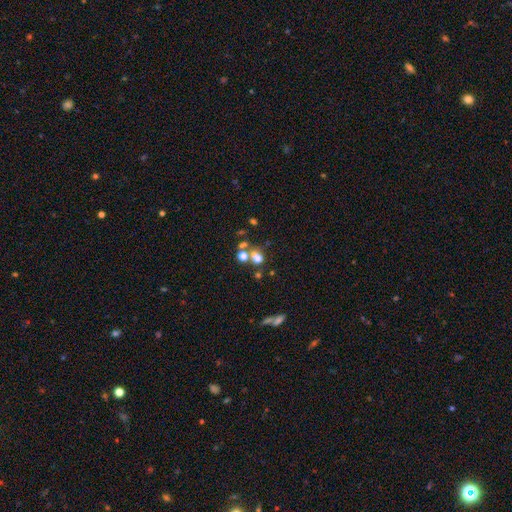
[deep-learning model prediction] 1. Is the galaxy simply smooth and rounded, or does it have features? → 45% smooth, 38% star or artifact, 17% featured or disk.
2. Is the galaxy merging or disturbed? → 54% none, 32% merger, 8% minor disturbance, 6% major disturbance.